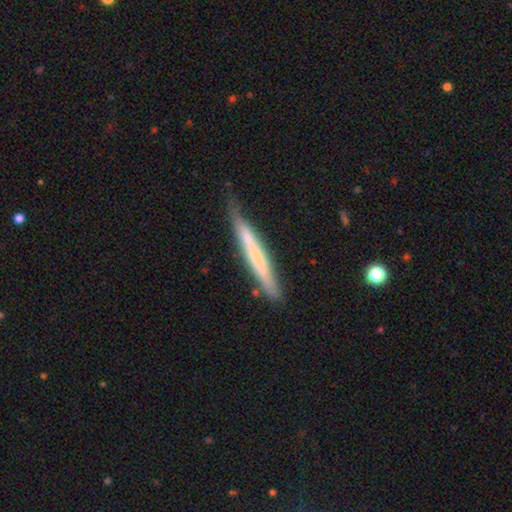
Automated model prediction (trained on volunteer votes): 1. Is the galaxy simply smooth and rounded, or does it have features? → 53% smooth, 41% featured or disk, 6% star or artifact.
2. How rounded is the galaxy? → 96% cigar-shaped, 3% in between, 1% round.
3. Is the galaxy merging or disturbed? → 71% none, 23% minor disturbance, 4% major disturbance, 2% merger.